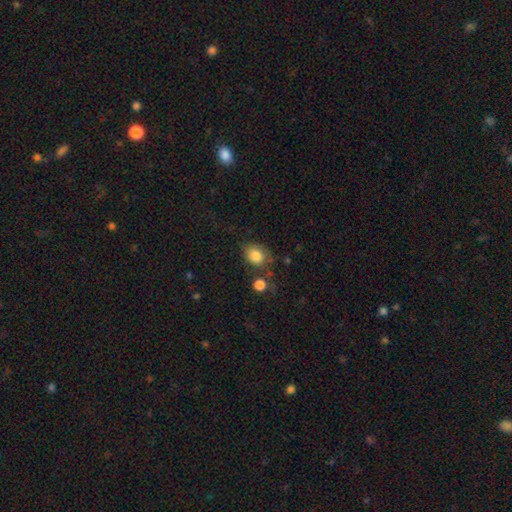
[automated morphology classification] smooth-or-featured: smooth: 83% | star or artifact: 9% | featured or disk: 8%
  how-rounded: in between: 54% | round: 45% | cigar-shaped: 1%
  merging: none: 59% | minor disturbance: 21% | merger: 11% | major disturbance: 9%